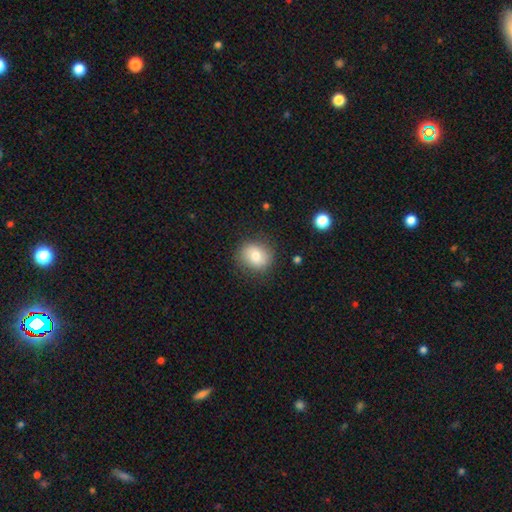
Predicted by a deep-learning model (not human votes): A smooth galaxy with no disk features (76%) that is round (73%). Merging: none (83%).